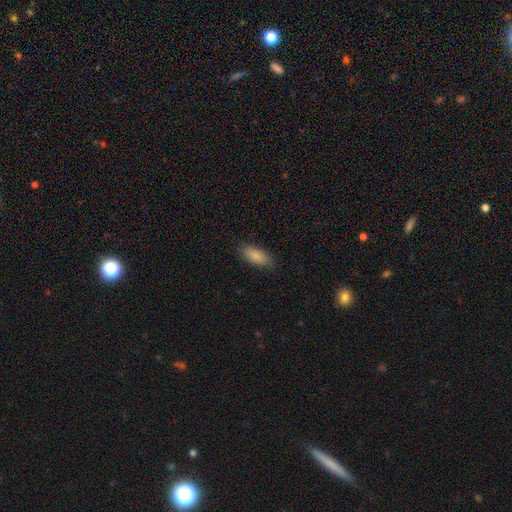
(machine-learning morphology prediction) smooth_or_featured: smooth (p=0.88) [alt: featured or disk p=0.06]
how_rounded: in between (p=0.82) [alt: cigar-shaped p=0.16]
merging: none (p=0.83) [alt: minor disturbance p=0.13]